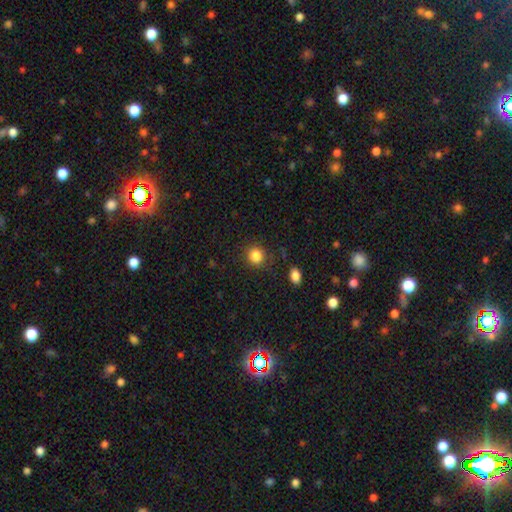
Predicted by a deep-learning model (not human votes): This appears to be a smooth galaxy with no disk features (84%) that is round (87%). Merging: none (86%).